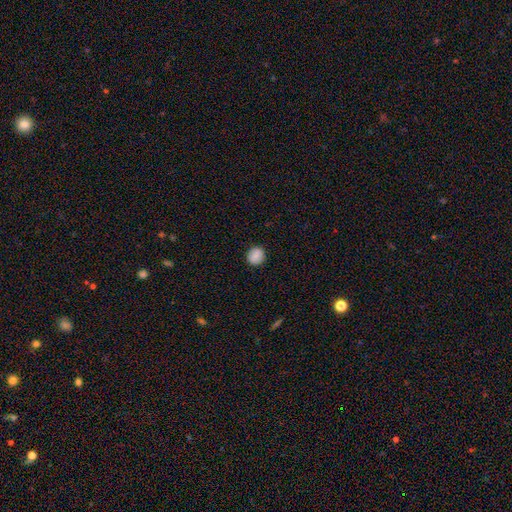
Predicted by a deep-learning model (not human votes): Smooth or featured? Predicted: smooth (p=0.85). How rounded? Predicted: round (p=0.84). Merging? Predicted: none (p=0.89).